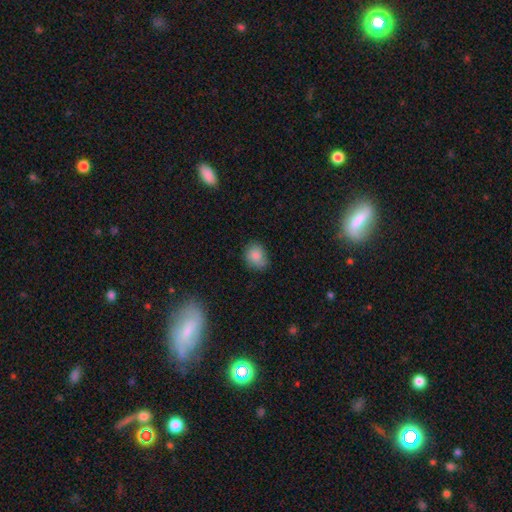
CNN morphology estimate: smooth-or-featured: smooth: 84% | star or artifact: 9% | featured or disk: 7%
  how-rounded: round: 60% | in between: 39% | cigar-shaped: 1%
  merging: none: 69% | minor disturbance: 24% | major disturbance: 5% | merger: 2%